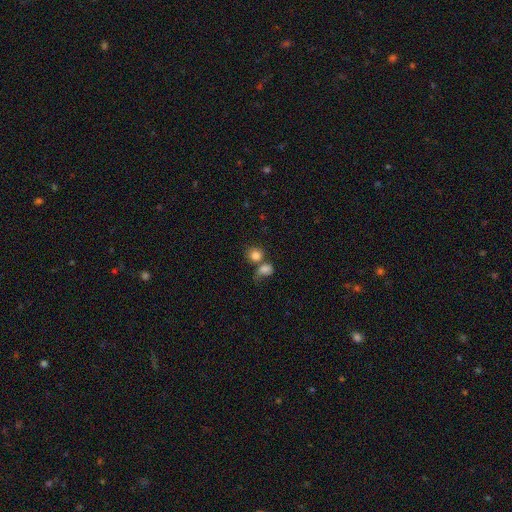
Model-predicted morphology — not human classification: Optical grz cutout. It shows a smooth galaxy with no disk features (82%) that is round (79%). Merging: merger (44%).